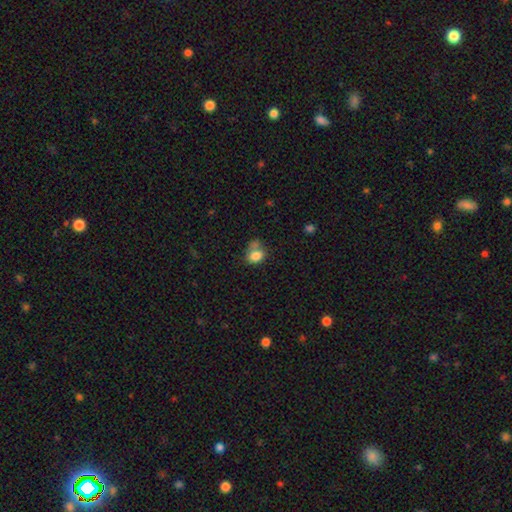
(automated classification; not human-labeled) smooth-or-featured: smooth: 81% | star or artifact: 10% | featured or disk: 9%
  how-rounded: in between: 68% | round: 30% | cigar-shaped: 1%
  merging: none: 38% | merger: 33% | minor disturbance: 19% | major disturbance: 10%